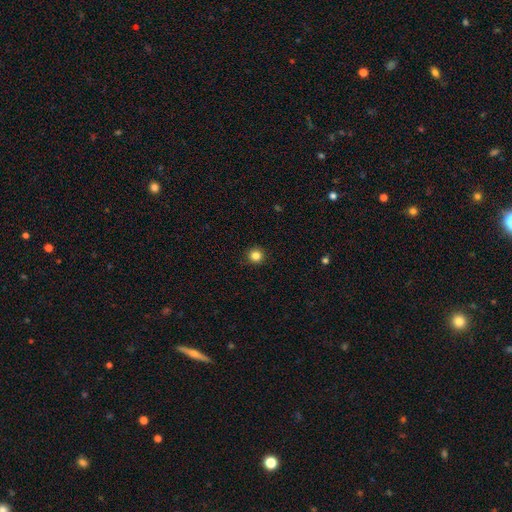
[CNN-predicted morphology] smooth_or_featured: smooth (p=0.84) [alt: star or artifact p=0.12]
how_rounded: round (p=0.95) [alt: in between p=0.04]
merging: none (p=0.92) [alt: minor disturbance p=0.05]